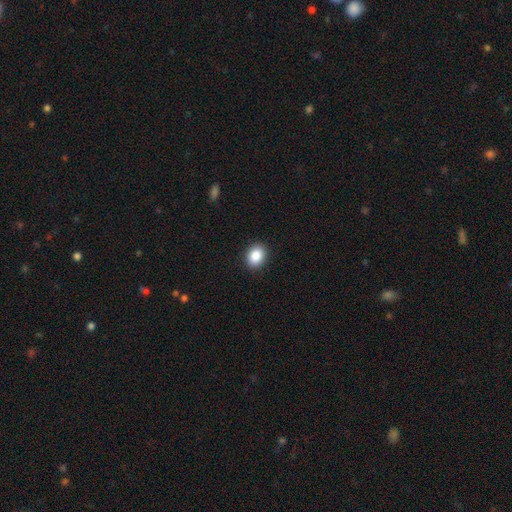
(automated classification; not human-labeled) smooth-or-featured: smooth: 88% | star or artifact: 8% | featured or disk: 4%
  how-rounded: in between: 58% | round: 41% | cigar-shaped: 1%
  merging: none: 91% | minor disturbance: 7% | major disturbance: 2% | merger: 1%